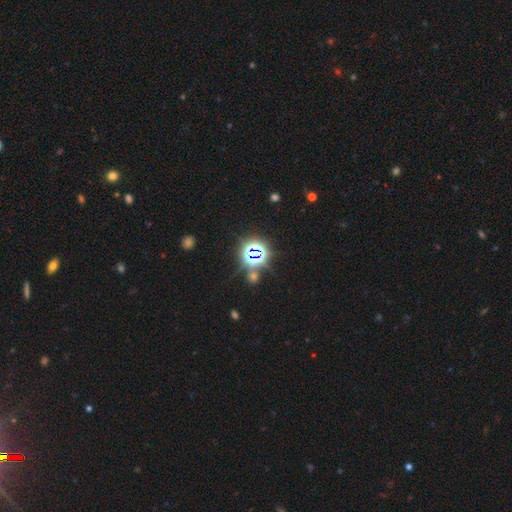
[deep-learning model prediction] A star or artifact, not a galaxy (77%).